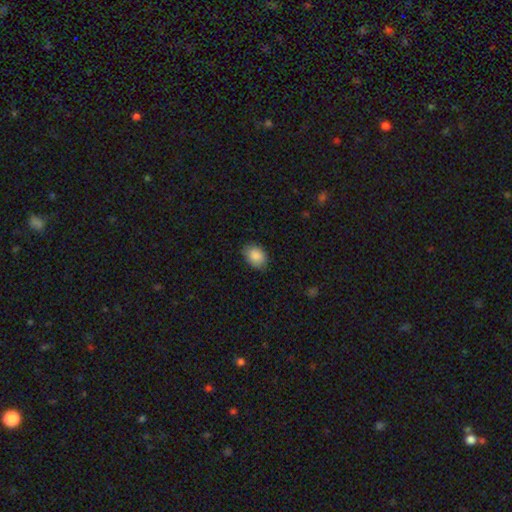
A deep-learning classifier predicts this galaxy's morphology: A smooth galaxy with no disk features (88%) that is in between round and cigar-shaped (75%). Merging: none (81%).